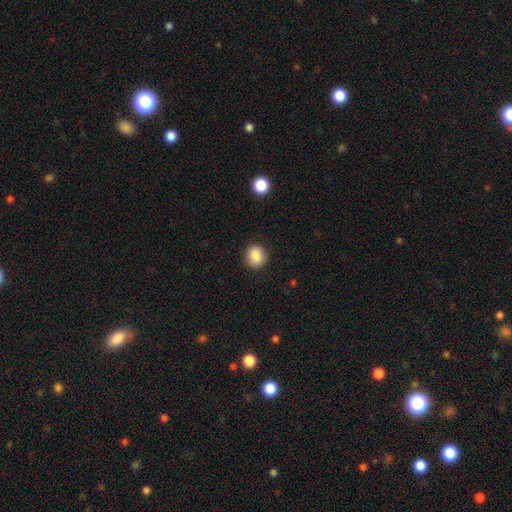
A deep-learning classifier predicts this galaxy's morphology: This appears to be a smooth galaxy with no disk features (88%) that is round (69%). Merging: none (87%).